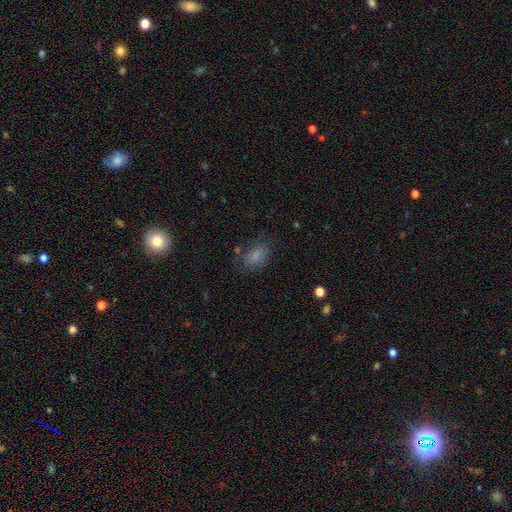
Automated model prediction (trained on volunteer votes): A smooth galaxy with no disk features (82%) that is in between round and cigar-shaped (86%). Merging: none (73%).